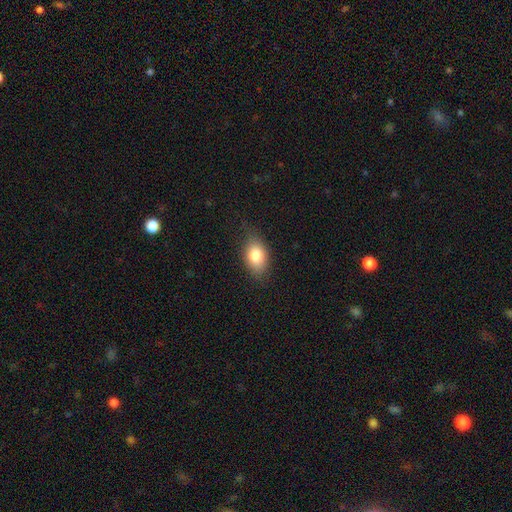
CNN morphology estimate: Overall: smooth (82%). How rounded: in between (85%). Merging: none (72%).